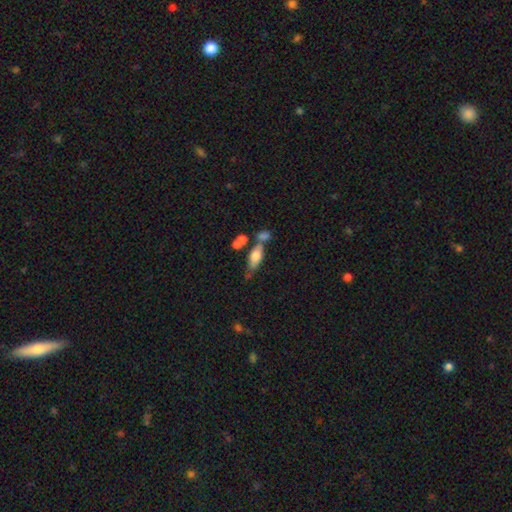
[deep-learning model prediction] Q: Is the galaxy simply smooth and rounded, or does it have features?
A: smooth — 63%.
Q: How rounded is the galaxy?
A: in between — 71%.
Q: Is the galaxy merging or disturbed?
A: none — 44%.